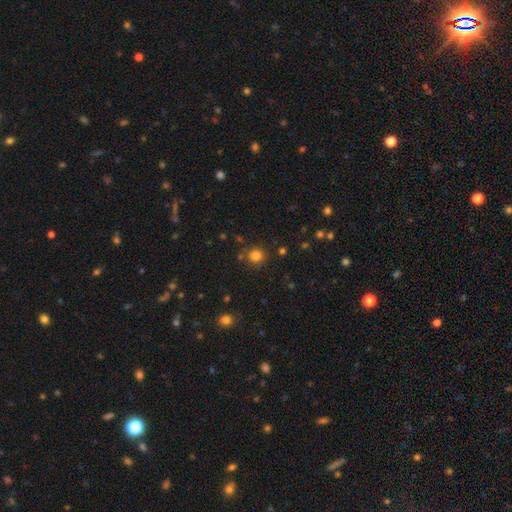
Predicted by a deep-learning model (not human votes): Morphology: type=smooth (80%); roundness=round (90%); merging=none (84%).